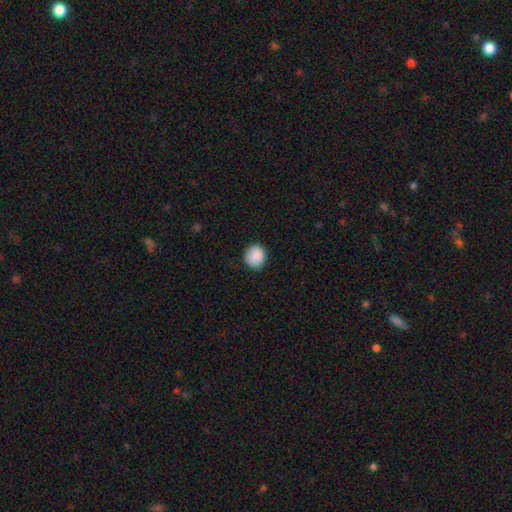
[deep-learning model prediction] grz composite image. It shows a smooth galaxy with no disk features (89%) that is round (84%). Merging: none (86%).